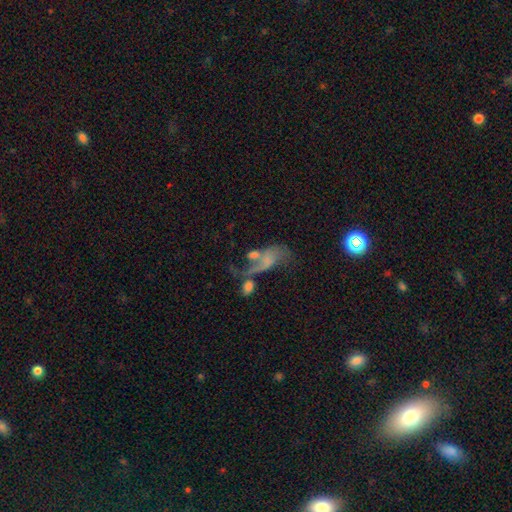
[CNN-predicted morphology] A featured or disk galaxy (51%).

Vote fractions:
- Smooth or featured? featured or disk: 51% / smooth: 32% / star or artifact: 17%
- Edge-on disk? no: 93% / yes: 7%
- Merging? merger: 40% / major disturbance: 33% / none: 17% / minor disturbance: 10%